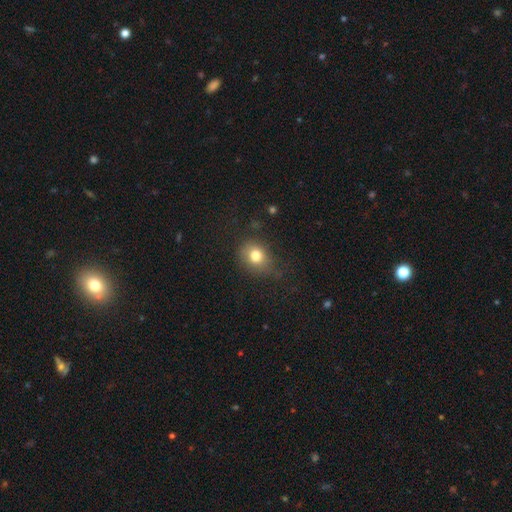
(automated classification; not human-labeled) Q: Smooth or featured?
A: smooth (79%); runner-up: star or artifact (12%)
Q: How rounded?
A: round (65%); runner-up: in between (34%)
Q: Merging?
A: none (63%); runner-up: minor disturbance (25%)